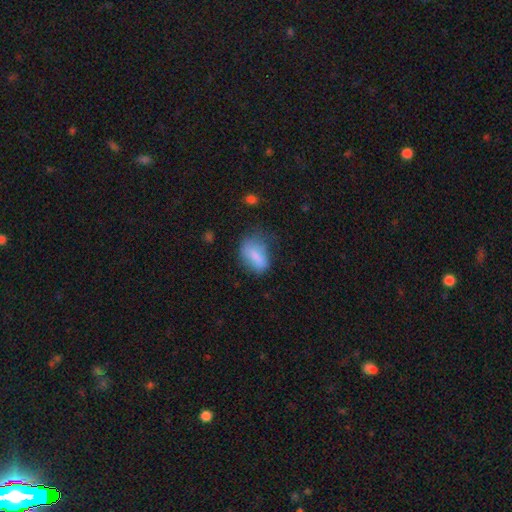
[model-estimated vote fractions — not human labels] This is likely a smooth galaxy (77%). How rounded: clearly in between (86%). Merging: possibly none (45%).